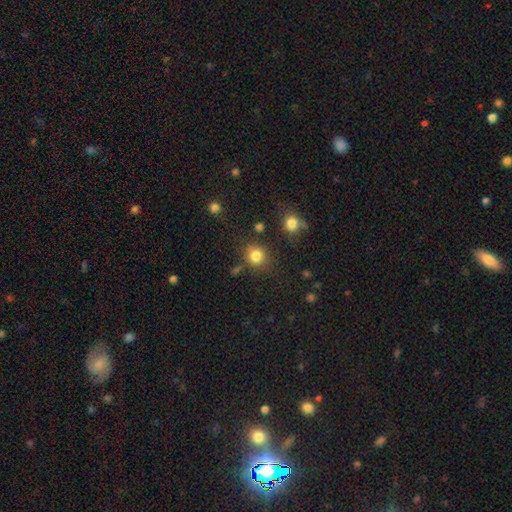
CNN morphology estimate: This is clearly a smooth galaxy (83%). How rounded: clearly round (82%). Merging: likely none (77%).